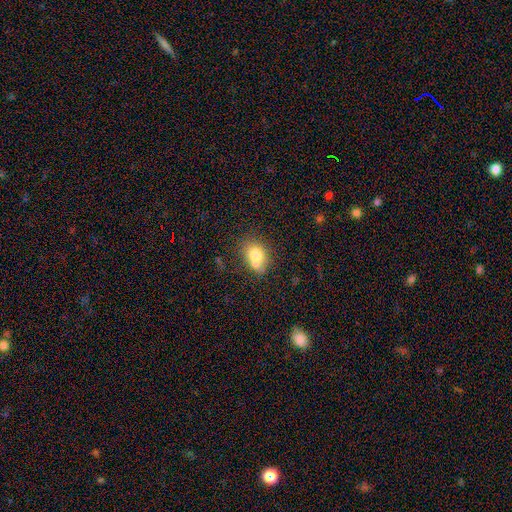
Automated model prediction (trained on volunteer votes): Smooth or featured?
  - smooth: 71% *
  - featured or disk: 19%
  - star or artifact: 10%
How rounded?
  - in between: 54% *
  - round: 45%
  - cigar-shaped: 1%
Merging?
  - merger: 41% *
  - none: 38%
  - minor disturbance: 15%
  - major disturbance: 6%